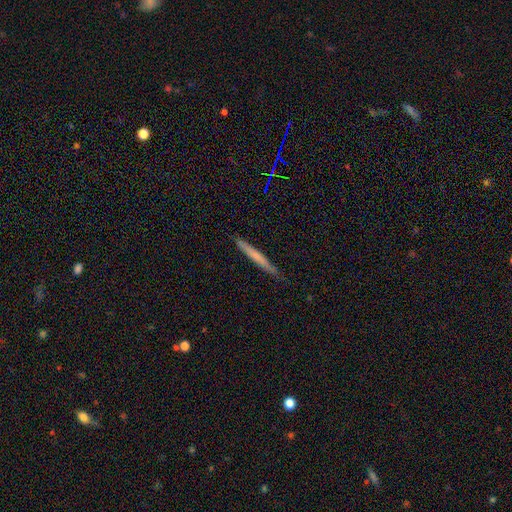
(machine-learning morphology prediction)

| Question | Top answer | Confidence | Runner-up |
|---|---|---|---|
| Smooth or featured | smooth | 59% | featured or disk (34%) |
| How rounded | cigar-shaped | 97% | in between (2%) |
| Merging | none | 88% | minor disturbance (10%) |